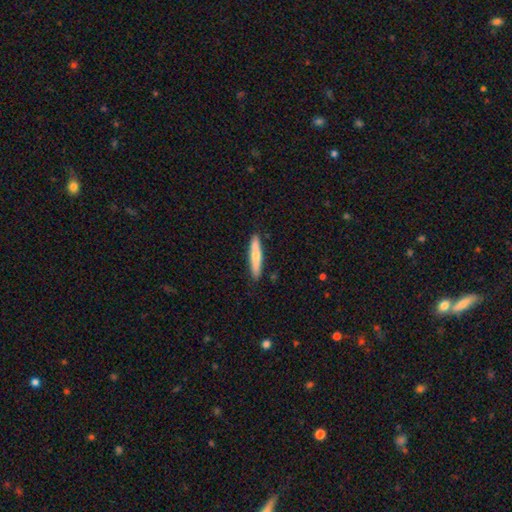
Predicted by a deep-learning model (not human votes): Overall: smooth (62%; featured or disk 32%). How rounded: cigar-shaped (88%). Merging: none (88%).